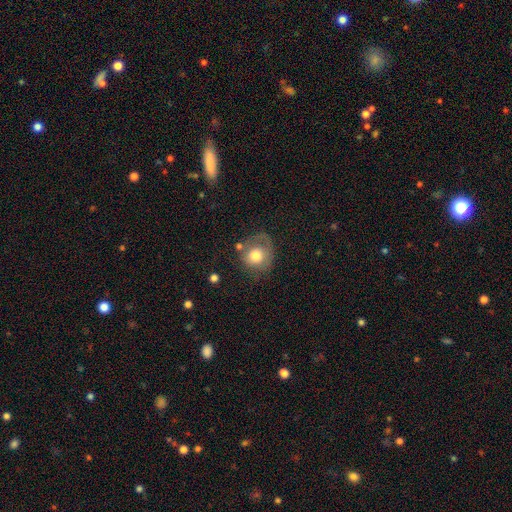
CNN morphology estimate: A smooth galaxy with no disk features (69%) that is round (77%).

Vote fractions:
- Smooth or featured? smooth: 69% / featured or disk: 23% / star or artifact: 8%
- How rounded? round: 77% / in between: 22% / cigar-shaped: 1%
- Merging? none: 48% / minor disturbance: 27% / major disturbance: 19% / merger: 7%